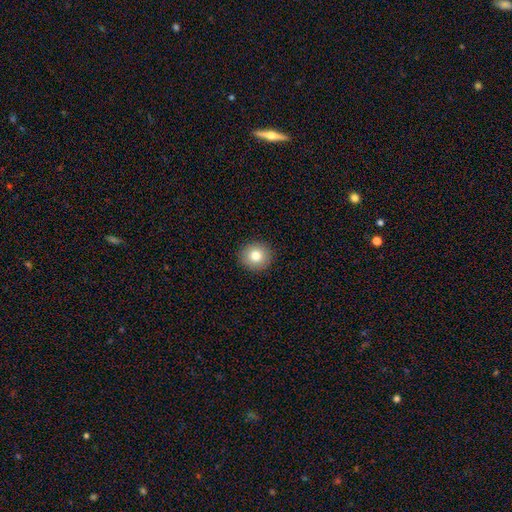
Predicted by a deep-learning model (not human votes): This is clearly a smooth galaxy (81%). How rounded: clearly round (91%). Merging: clearly none (92%).